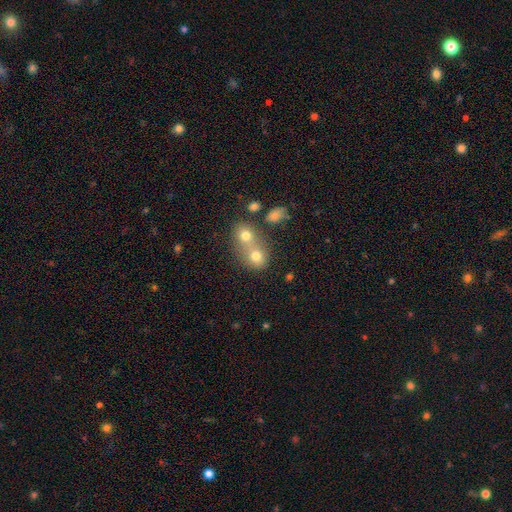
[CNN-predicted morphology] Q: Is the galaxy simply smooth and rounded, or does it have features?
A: smooth — 71%.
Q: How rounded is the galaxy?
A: round — 67%.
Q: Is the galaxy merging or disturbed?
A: merger — 63%.